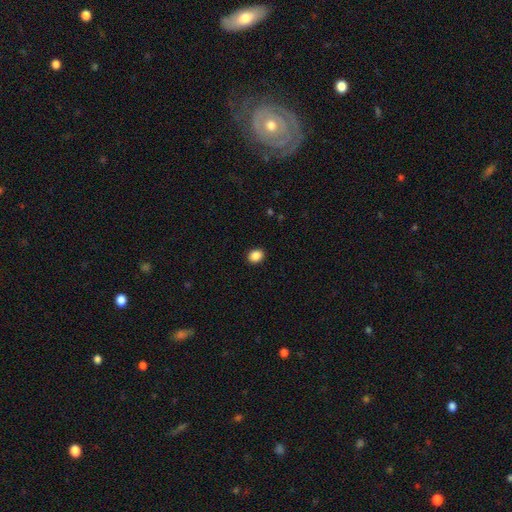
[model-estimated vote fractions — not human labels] Q: Smooth or featured?
A: smooth (88%); runner-up: star or artifact (9%)
Q: How rounded?
A: round (57%); runner-up: in between (42%)
Q: Merging?
A: none (92%); runner-up: minor disturbance (6%)